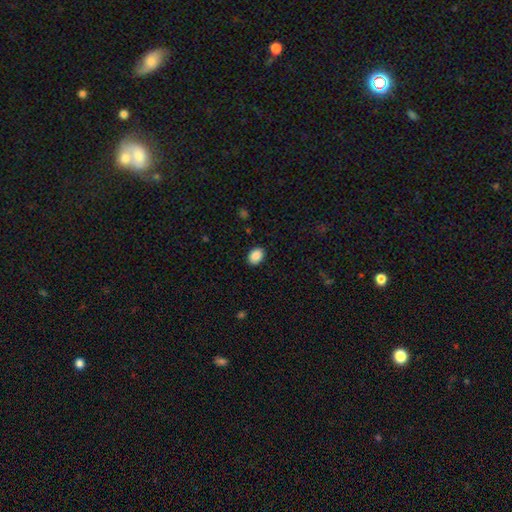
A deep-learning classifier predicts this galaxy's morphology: This appears to be a smooth galaxy with no disk features (90%) that is in between round and cigar-shaped (69%). Merging: none (89%).